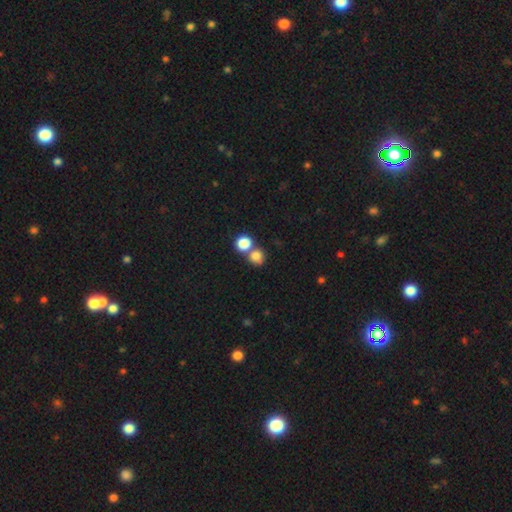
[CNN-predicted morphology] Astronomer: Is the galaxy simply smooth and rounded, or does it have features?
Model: smooth — 81%.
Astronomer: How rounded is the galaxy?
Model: round — 85%.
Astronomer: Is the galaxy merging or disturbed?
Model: none — 51% (runner-up: merger, 40%).